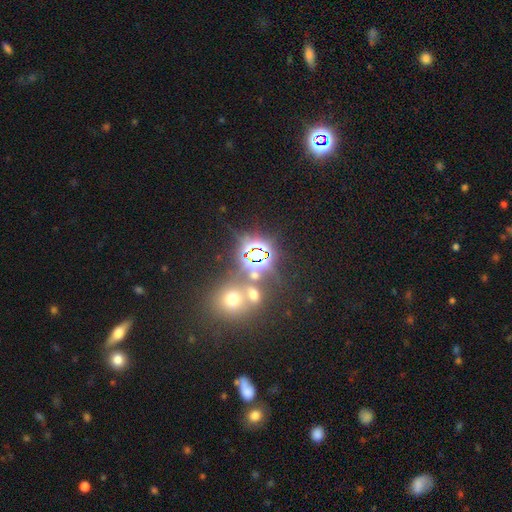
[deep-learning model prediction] star or artifact 68%, smooth 22%, featured or disk 10%.